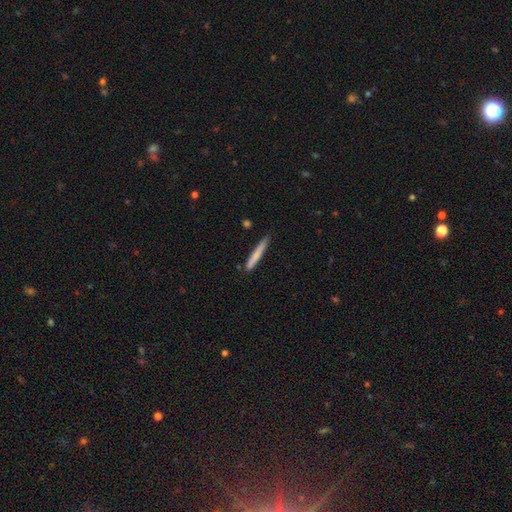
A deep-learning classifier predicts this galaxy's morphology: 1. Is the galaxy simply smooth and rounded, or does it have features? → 73% smooth, 21% featured or disk, 6% star or artifact.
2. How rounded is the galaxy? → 96% cigar-shaped, 3% in between, 1% round.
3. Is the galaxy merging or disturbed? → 84% none, 13% minor disturbance, 2% merger, 2% major disturbance.